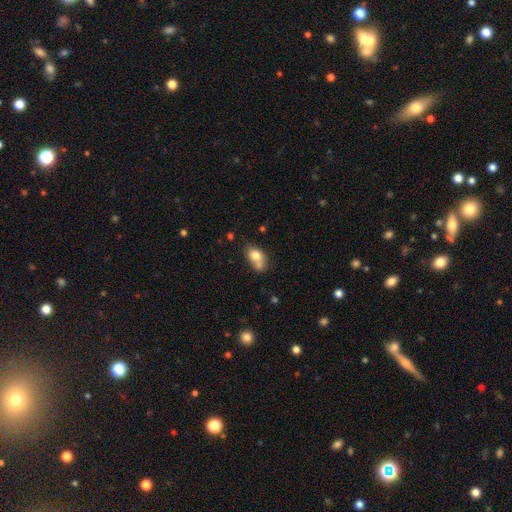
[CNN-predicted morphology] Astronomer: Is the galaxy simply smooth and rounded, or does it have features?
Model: smooth — 75%.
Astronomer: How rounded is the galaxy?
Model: in between — 69%.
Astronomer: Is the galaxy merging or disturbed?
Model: none — 40% (runner-up: merger, 34%).